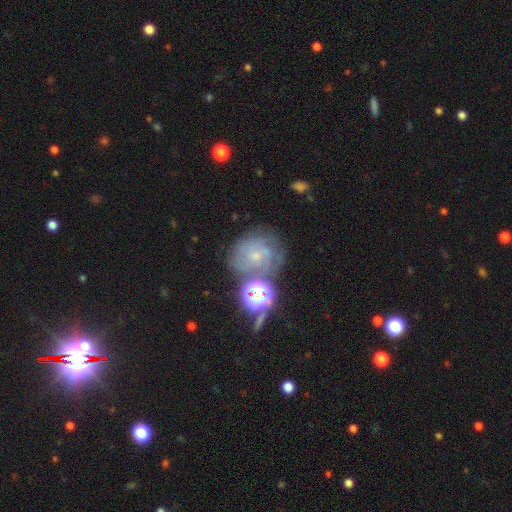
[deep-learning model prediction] smooth-or-featured: featured or disk: 51% | star or artifact: 25% | smooth: 23%
  disk-edge-on: no: 96% | yes: 4%
  merging: none: 56% | minor disturbance: 18% | merger: 15% | major disturbance: 11%